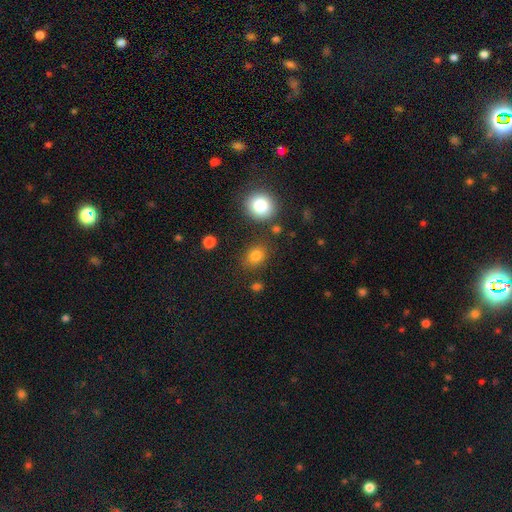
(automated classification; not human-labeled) A smooth galaxy with no disk features (82%) that is round (54%).

Vote fractions:
- Smooth or featured? smooth: 82% / star or artifact: 12% / featured or disk: 6%
- How rounded? round: 54% / in between: 45% / cigar-shaped: 1%
- Merging? none: 80% / minor disturbance: 11% / merger: 5% / major disturbance: 4%